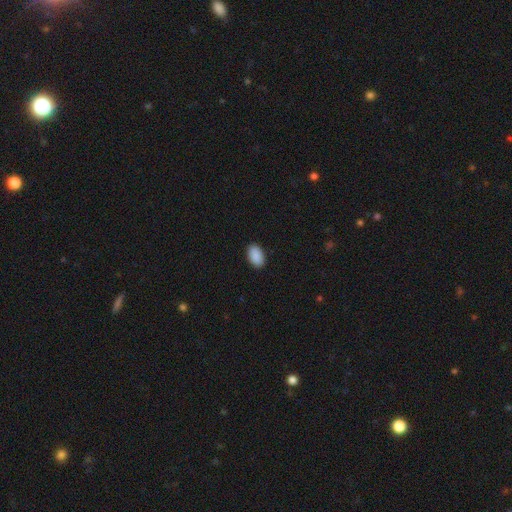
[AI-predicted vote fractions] Smooth or featured? smooth (91%)
How rounded? in between (93%)
Merging? none (90%)